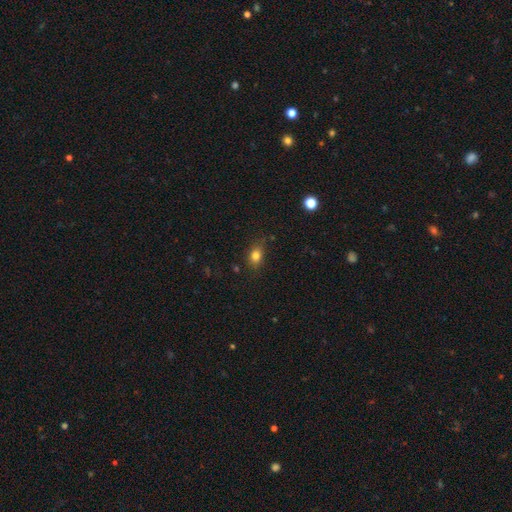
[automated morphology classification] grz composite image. It shows a smooth galaxy with no disk features (81%) that is in between round and cigar-shaped (67%). Merging: none (76%).